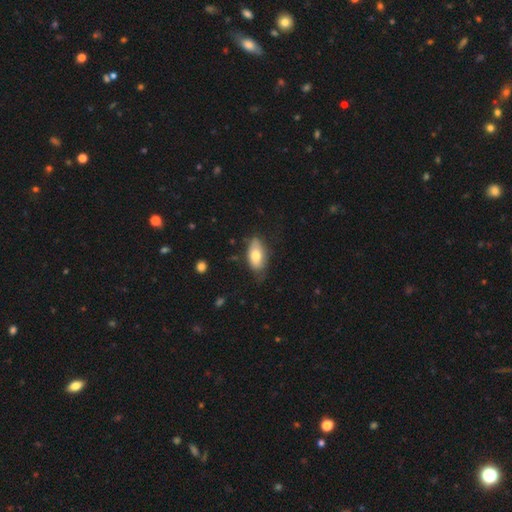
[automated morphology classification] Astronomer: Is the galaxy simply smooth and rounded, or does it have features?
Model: smooth — 74%.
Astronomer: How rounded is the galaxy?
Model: in between — 91%.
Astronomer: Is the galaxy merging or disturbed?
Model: none — 65%.